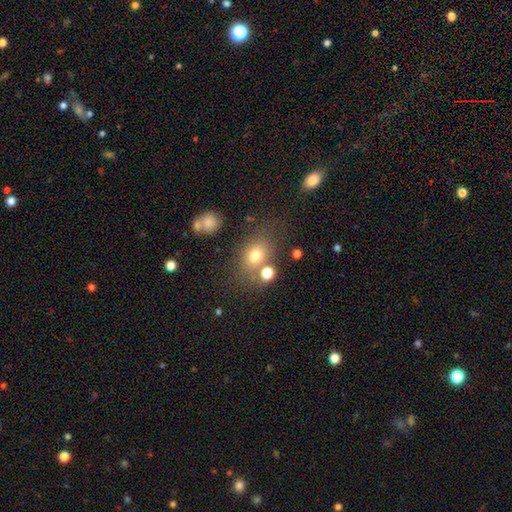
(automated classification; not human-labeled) smooth_or_featured: smooth (p=0.73) [alt: star or artifact p=0.15]
how_rounded: in between (p=0.55) [alt: round p=0.43]
merging: none (p=0.62) [alt: merger p=0.15]